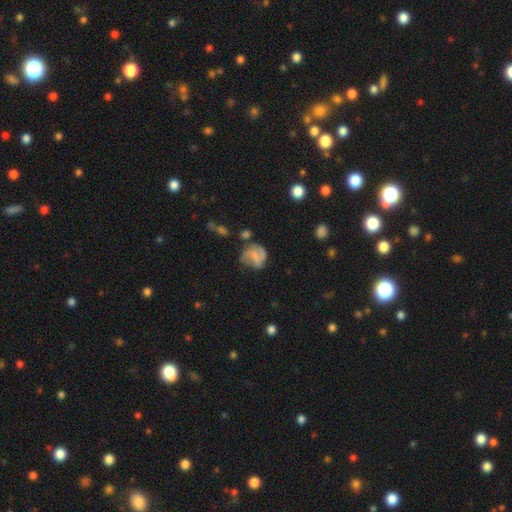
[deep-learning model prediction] Smooth or featured? Predicted: smooth (p=0.47). Merging? Predicted: none (p=0.44).